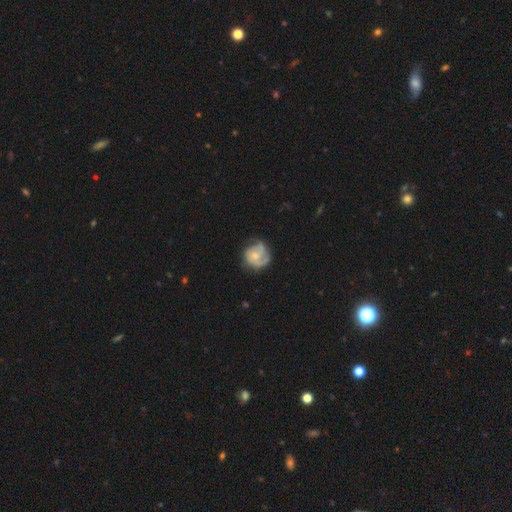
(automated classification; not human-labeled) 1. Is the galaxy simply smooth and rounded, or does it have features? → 64% featured or disk, 29% smooth, 6% star or artifact.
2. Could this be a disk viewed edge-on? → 98% no, 2% yes.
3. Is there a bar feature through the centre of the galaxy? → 78% no, 19% weak, 3% strong.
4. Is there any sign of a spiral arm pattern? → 87% yes, 13% no.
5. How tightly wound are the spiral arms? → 48% tight, 36% medium, 15% loose.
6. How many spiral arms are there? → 36% 2, 21% can't tell, 20% 1, 18% 3, 3% 4, 3% more than 4.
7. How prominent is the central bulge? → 56% small, 37% moderate, 4% none, 2% large, 1% dominant.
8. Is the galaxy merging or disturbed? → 57% none, 27% minor disturbance, 15% major disturbance, 2% merger.